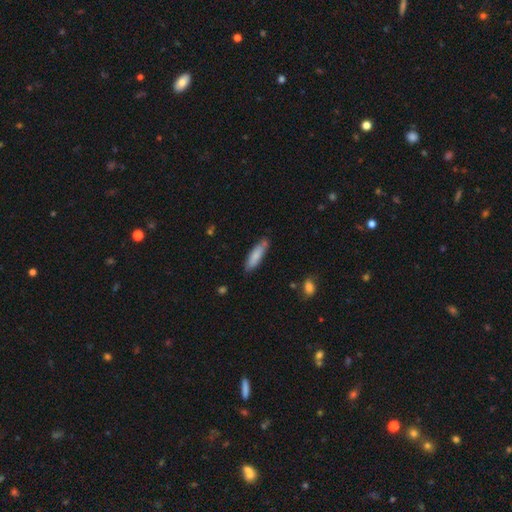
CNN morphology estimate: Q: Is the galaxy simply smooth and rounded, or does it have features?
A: smooth — 81%.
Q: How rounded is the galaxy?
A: cigar-shaped — 61%.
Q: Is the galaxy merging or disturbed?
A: none — 75%.